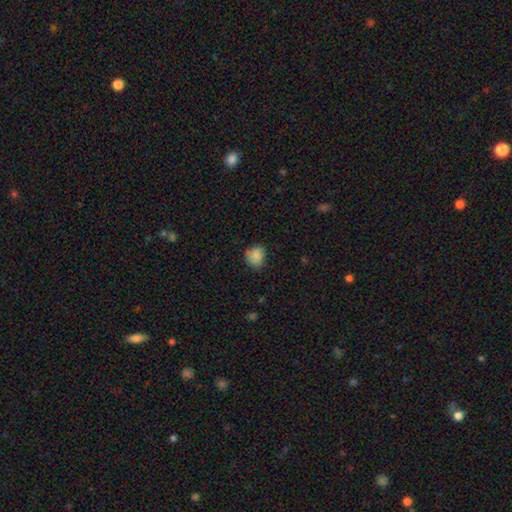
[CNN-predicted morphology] This appears to be a smooth galaxy with no disk features (85%) that is round (77%). Merging: none (73%).